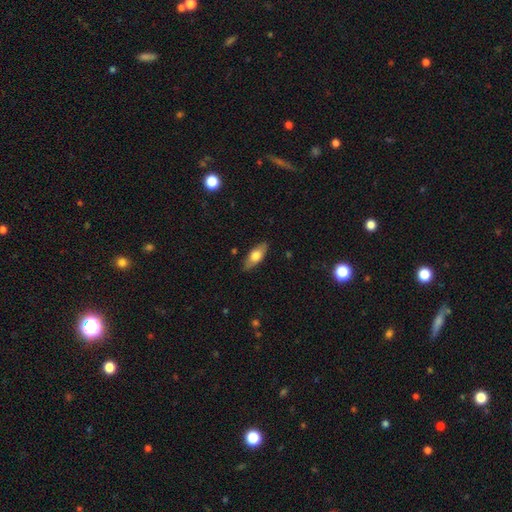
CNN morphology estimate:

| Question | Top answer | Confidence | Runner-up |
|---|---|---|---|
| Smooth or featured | smooth | 63% | featured or disk (31%) |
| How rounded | in between | 76% | cigar-shaped (21%) |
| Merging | none | 85% | minor disturbance (11%) |